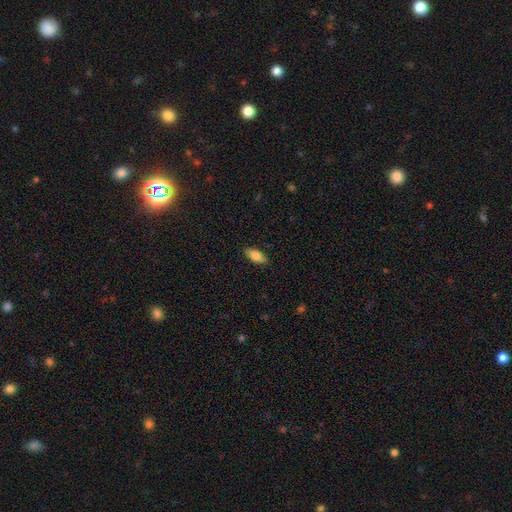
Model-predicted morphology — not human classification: Smooth or featured? smooth (75%)
How rounded? in between (79%)
Merging? none (87%)